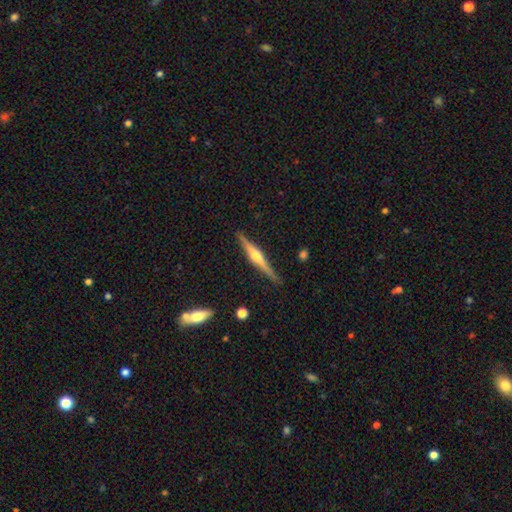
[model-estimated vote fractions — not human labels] Morphology: type=featured or disk (74%); edge-on=yes (98%); edge-on bulge=rounded (92%); merging=none (87%).